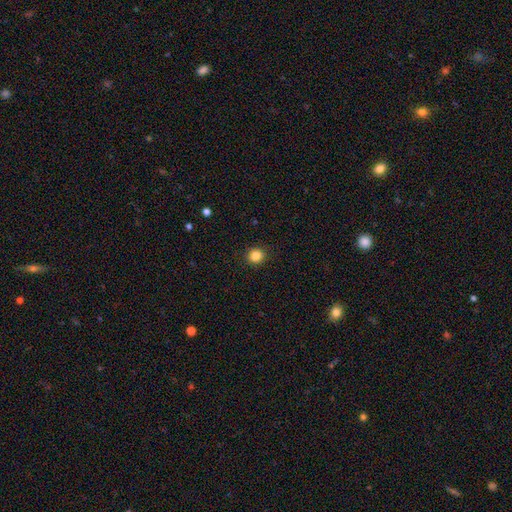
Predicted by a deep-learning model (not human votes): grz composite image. It shows a smooth galaxy with no disk features (84%) that is round (89%). Merging: none (92%).